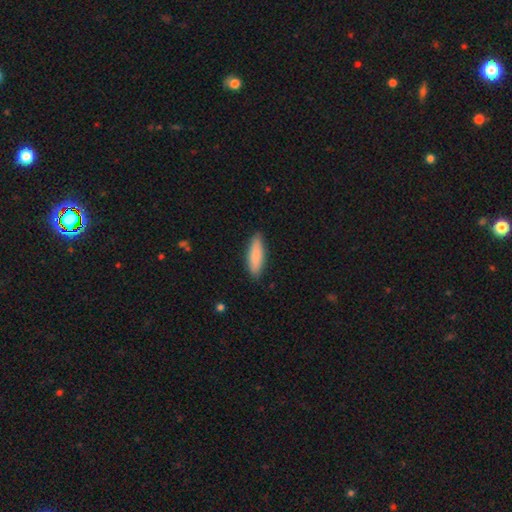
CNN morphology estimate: A smooth galaxy with no disk features (85%) that is cigar-shaped (51%).

Vote fractions:
- Smooth or featured? smooth: 85% / featured or disk: 10% / star or artifact: 5%
- How rounded? cigar-shaped: 51% / in between: 47% / round: 2%
- Merging? none: 87% / minor disturbance: 10% / major disturbance: 2% / merger: 1%